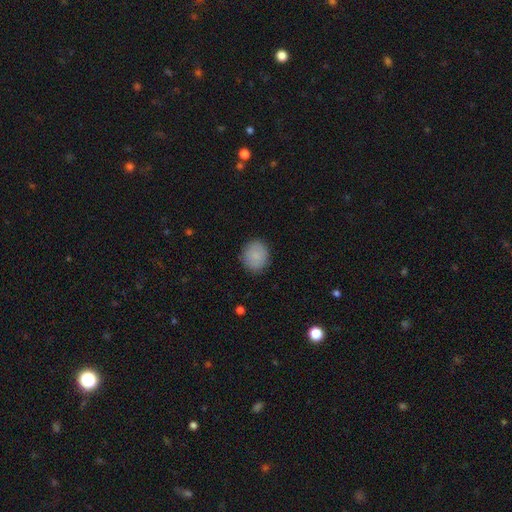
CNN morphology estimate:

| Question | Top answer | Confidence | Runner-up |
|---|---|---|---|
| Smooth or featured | smooth | 85% | featured or disk (8%) |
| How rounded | round | 76% | in between (23%) |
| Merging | none | 86% | minor disturbance (10%) |